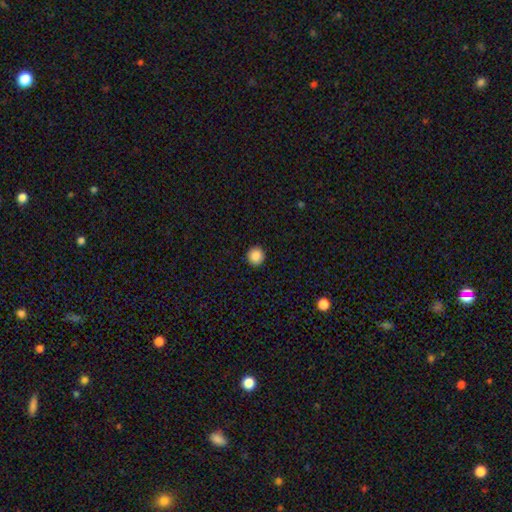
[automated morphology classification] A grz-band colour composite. It shows a smooth galaxy with no disk features (87%) that is round (94%). Merging: none (93%).